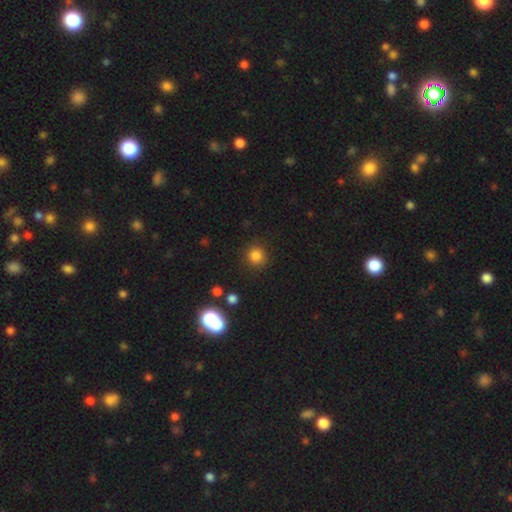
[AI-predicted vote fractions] smooth-or-featured: smooth: 81% | star or artifact: 14% | featured or disk: 5%
  how-rounded: round: 93% | in between: 6% | cigar-shaped: 1%
  merging: none: 88% | minor disturbance: 7% | major disturbance: 3% | merger: 2%